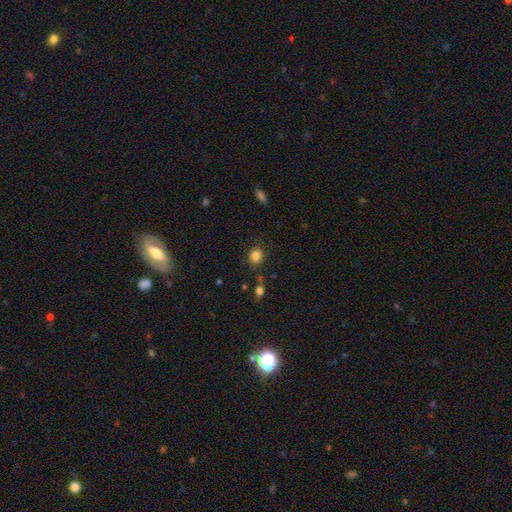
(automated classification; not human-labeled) smooth 84%, star or artifact 11%, featured or disk 5%. Down the decision tree: how rounded — round (69%); merging — none (82%).